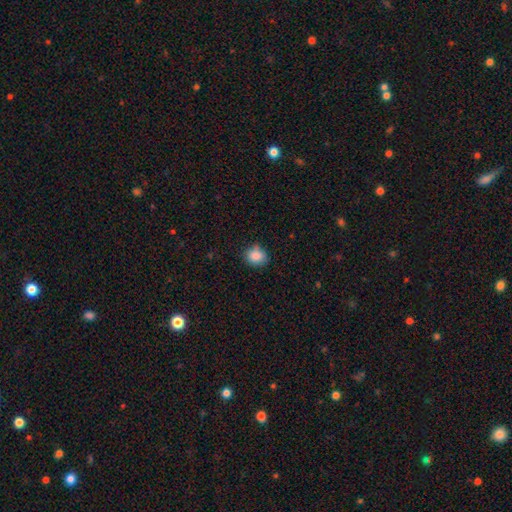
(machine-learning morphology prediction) Overall: smooth (86%). How rounded: round (76%). Merging: none (74%).